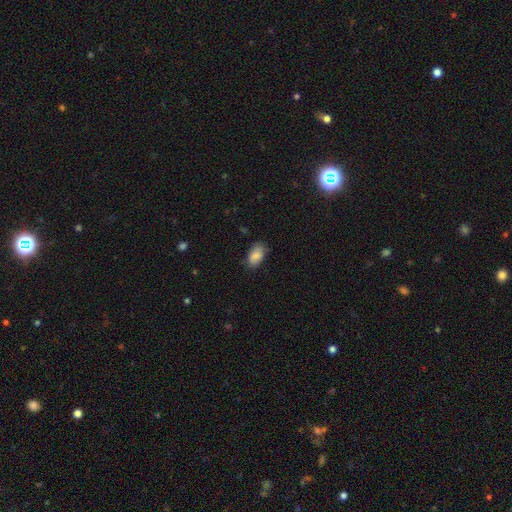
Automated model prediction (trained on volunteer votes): Smooth or featured? smooth (87%)
How rounded? in between (93%)
Merging? none (78%)